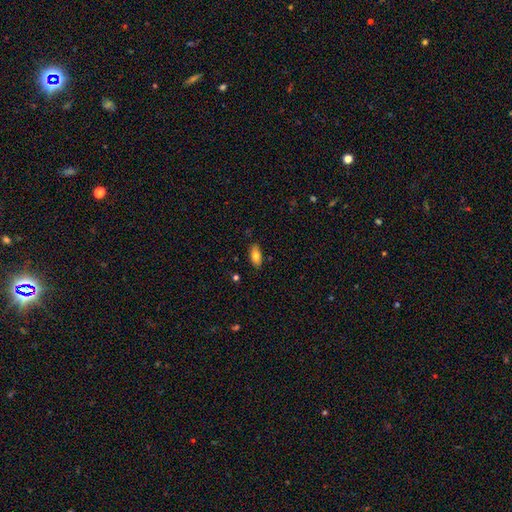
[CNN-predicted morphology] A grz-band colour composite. It shows a smooth galaxy with no disk features (80%) that is in between round and cigar-shaped (92%). Merging: none (85%).